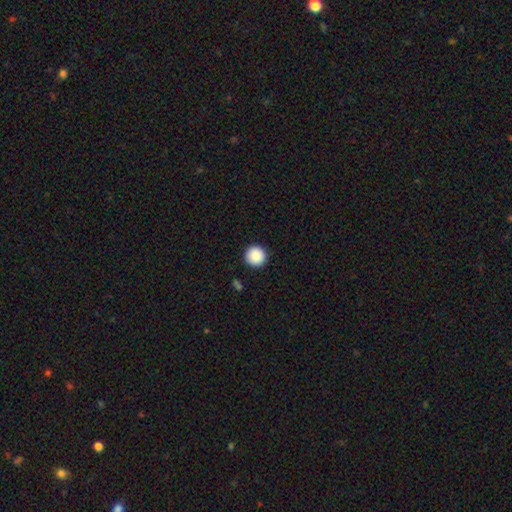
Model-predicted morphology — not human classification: A smooth galaxy with no disk features (89%) that is round (96%). Merging: none (92%).